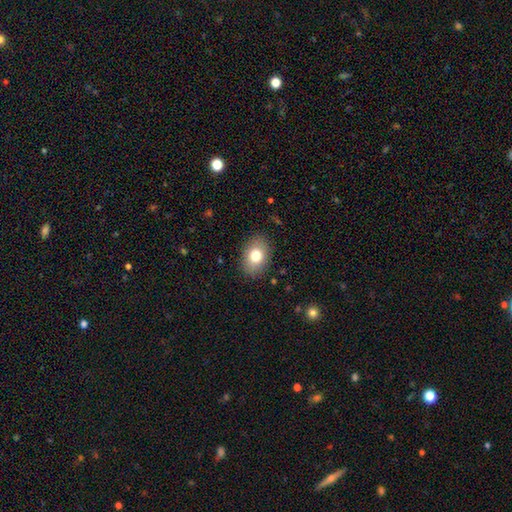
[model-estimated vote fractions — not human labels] Smooth or featured: smooth — 78% (featured or disk — 13%)
How rounded: in between — 77% (round — 22%)
Merging: none — 87% (minor disturbance — 9%)